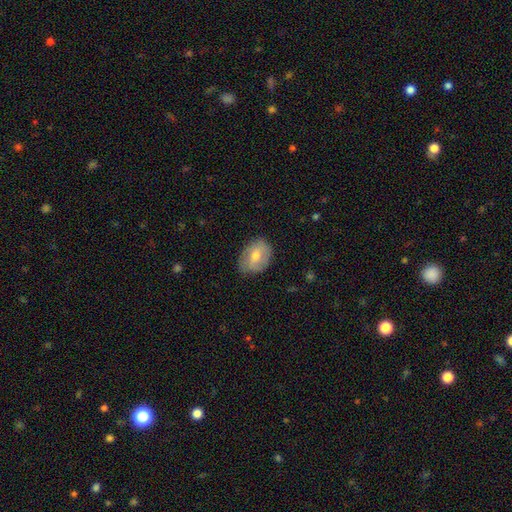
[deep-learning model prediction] Smooth or featured: smooth — 58% (featured or disk — 35%)
How rounded: in between — 73% (round — 26%)
Merging: none — 77% (minor disturbance — 18%)